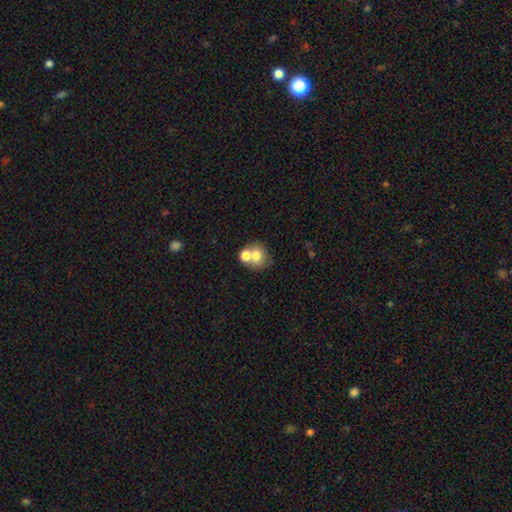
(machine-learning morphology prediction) Smooth or featured? smooth (71%)
How rounded? round (76%)
Merging? merger (47%)